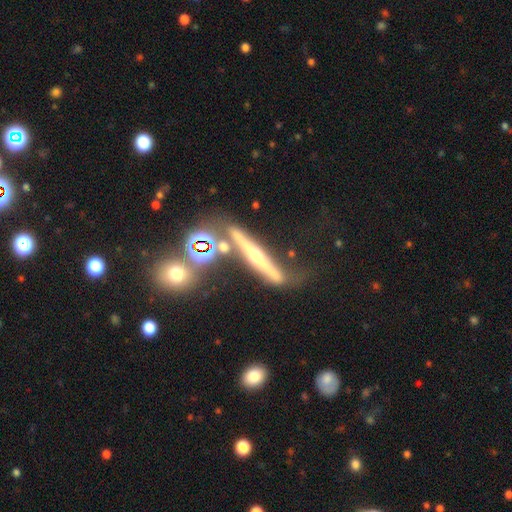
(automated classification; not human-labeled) Smooth or featured? Predicted: featured or disk (p=0.75). Edge-on disk? Predicted: yes (p=0.92). Edge-on bulge? Predicted: rounded (p=0.91). Merging? Predicted: none (p=0.63).